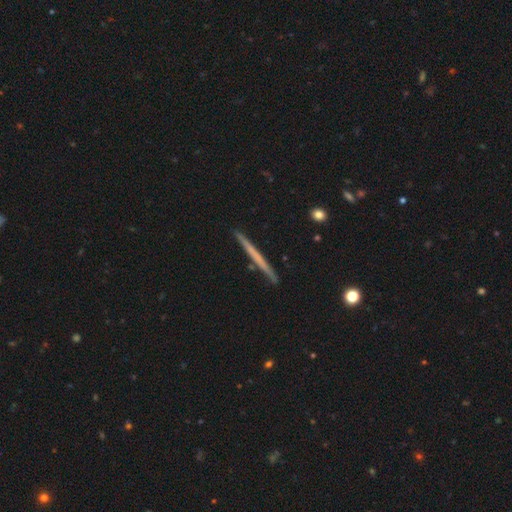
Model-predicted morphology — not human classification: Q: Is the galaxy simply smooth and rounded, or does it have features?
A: featured or disk — 50%.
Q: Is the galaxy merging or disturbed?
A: none — 91%.